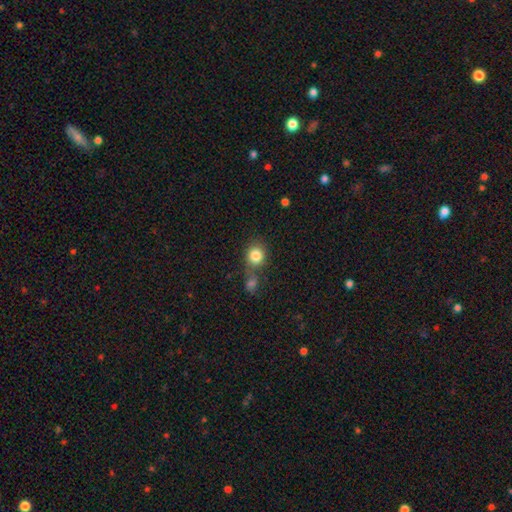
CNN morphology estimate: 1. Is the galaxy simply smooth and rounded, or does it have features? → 84% smooth, 10% star or artifact, 6% featured or disk.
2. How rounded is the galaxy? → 80% round, 19% in between, 1% cigar-shaped.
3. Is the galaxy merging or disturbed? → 61% none, 23% merger, 12% minor disturbance, 5% major disturbance.